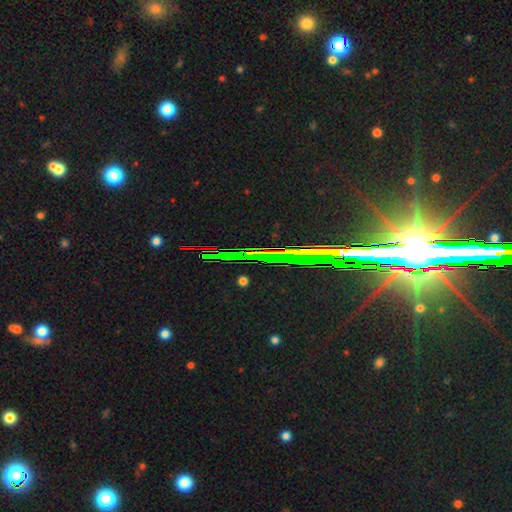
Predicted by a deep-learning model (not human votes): This appears to be a star or artifact, not a galaxy (80%).